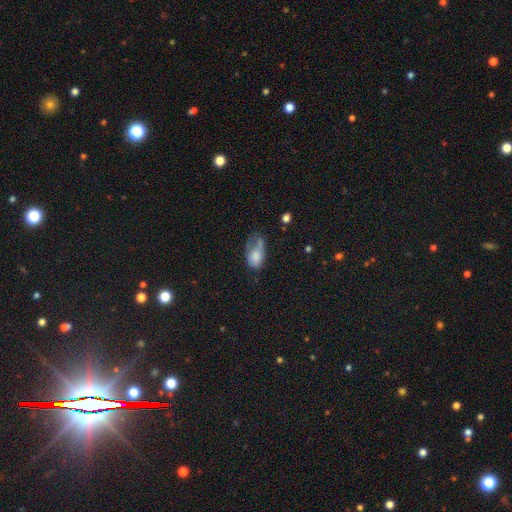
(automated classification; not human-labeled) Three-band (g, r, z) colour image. It shows a smooth galaxy with no disk features (67%) that is in between round and cigar-shaped (89%). Merging: major disturbance (46%).